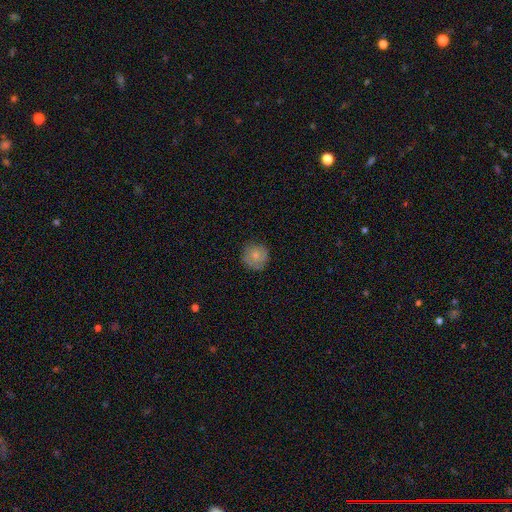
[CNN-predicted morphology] type=smooth (77%); roundness=round (93%); merging=none (81%).